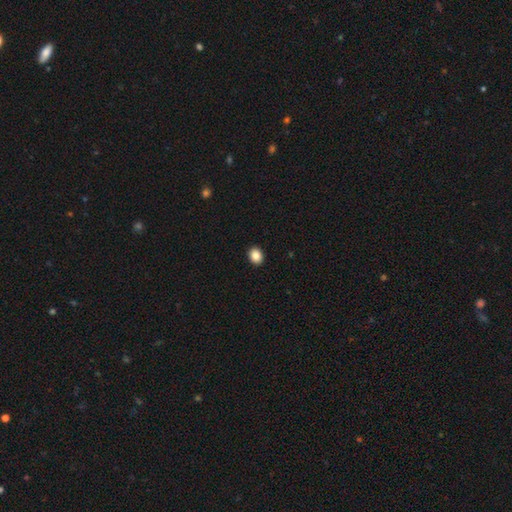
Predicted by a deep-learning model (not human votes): Smooth or featured? Predicted: smooth (p=0.88). How rounded? Predicted: round (p=0.50). Merging? Predicted: none (p=0.92).